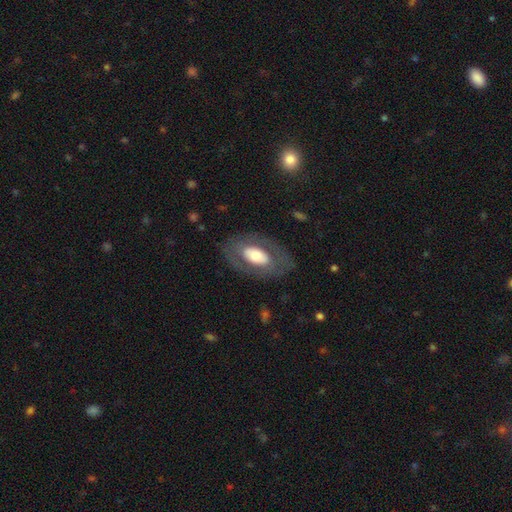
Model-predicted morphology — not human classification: smooth_or_featured: smooth (p=0.49) [alt: featured or disk p=0.45]
merging: none (p=0.78) [alt: minor disturbance p=0.12]